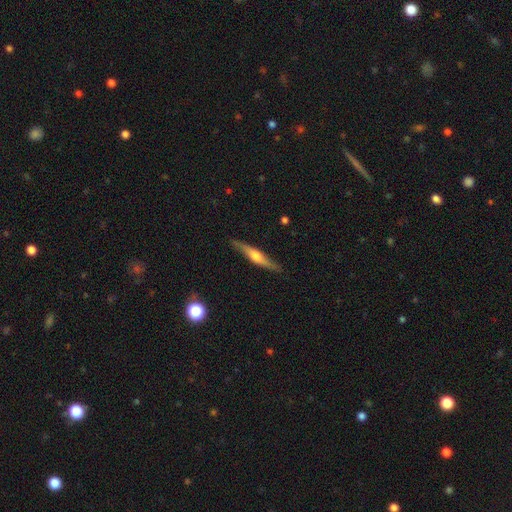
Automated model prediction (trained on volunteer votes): Smooth or featured?
  - featured or disk: 62% *
  - smooth: 33%
  - star or artifact: 6%
Edge-on disk?
  - yes: 93% *
  - no: 7%
Edge-on bulge?
  - rounded: 84% *
  - boxy: 9%
  - none: 7%
Merging?
  - none: 85% *
  - minor disturbance: 12%
  - major disturbance: 2%
  - merger: 1%